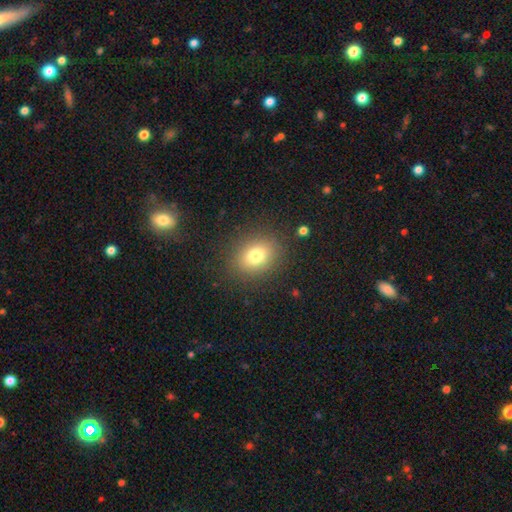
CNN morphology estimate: Smooth or featured? smooth (77%)
How rounded? in between (51%)
Merging? none (86%)